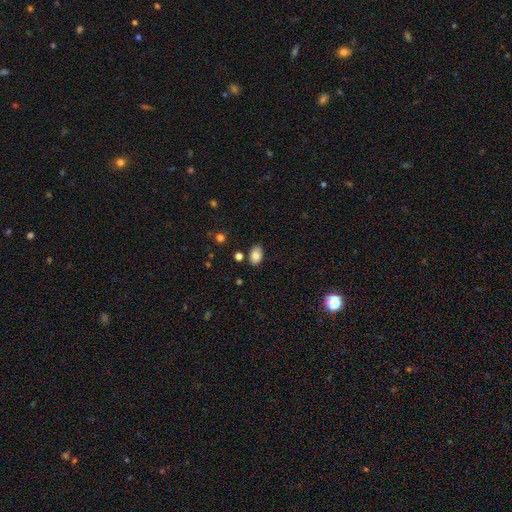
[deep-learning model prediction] The model was most divided on "merging": none: 81%, minor disturbance: 13%, merger: 3%, major disturbance: 3%. More confident: how rounded — in between (89%); smooth or featured — smooth (82%).